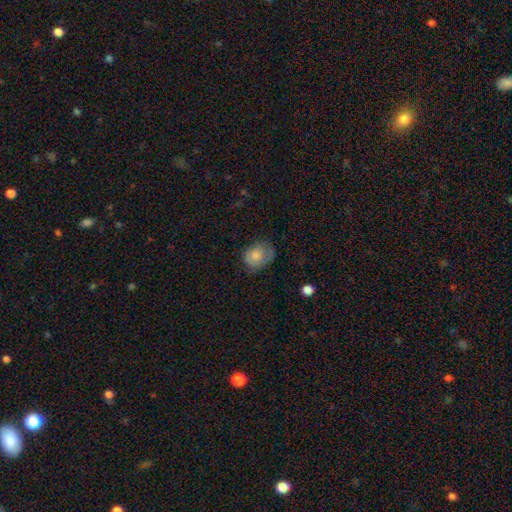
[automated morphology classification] Smooth or featured? Predicted: smooth (p=0.73). How rounded? Predicted: in between (p=0.54). Merging? Predicted: none (p=0.55).